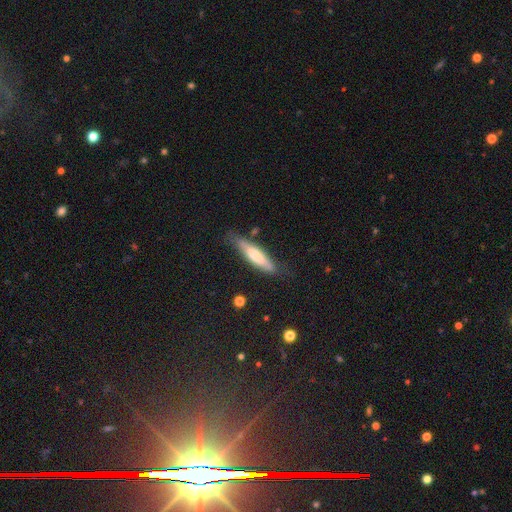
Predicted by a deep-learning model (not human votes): Morphology: type=smooth (66%); roundness=cigar-shaped (76%); merging=none (70%).